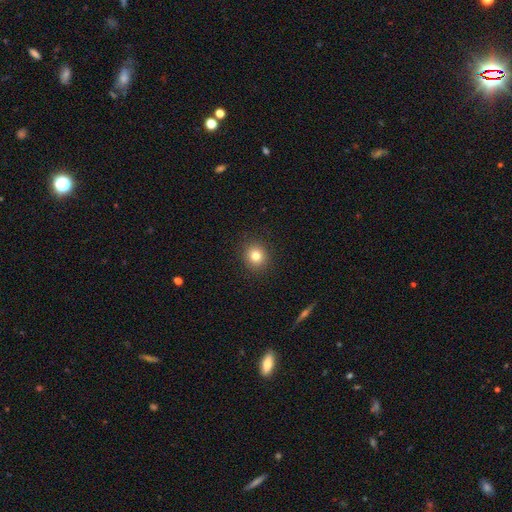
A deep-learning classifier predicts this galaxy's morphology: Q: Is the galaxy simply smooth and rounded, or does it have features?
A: smooth — 80%.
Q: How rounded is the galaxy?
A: round — 85%.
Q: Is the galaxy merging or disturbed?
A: none — 91%.